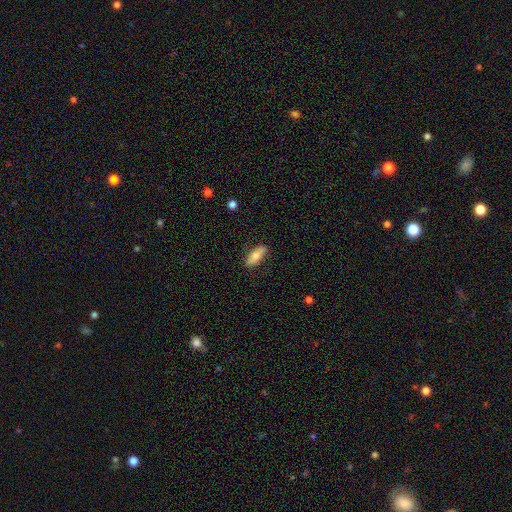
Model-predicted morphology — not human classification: The model was most divided on "smooth or featured": smooth: 64%, featured or disk: 30%, star or artifact: 6%. More confident: merging — none (83%); how rounded — in between (70%).